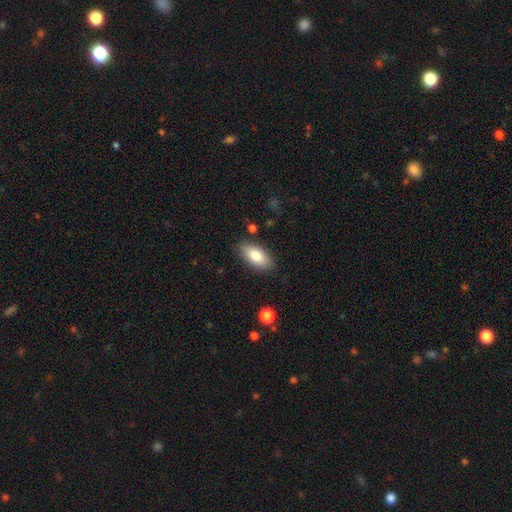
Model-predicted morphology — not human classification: Smooth or featured: smooth — 82% (featured or disk — 11%)
How rounded: in between — 91% (cigar-shaped — 6%)
Merging: none — 85% (minor disturbance — 11%)